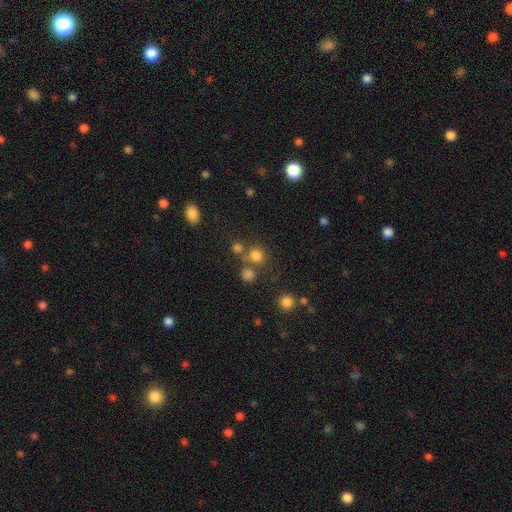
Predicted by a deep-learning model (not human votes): Q: Smooth or featured?
A: smooth (75%); runner-up: star or artifact (18%)
Q: How rounded?
A: round (89%); runner-up: in between (10%)
Q: Merging?
A: none (67%); runner-up: merger (21%)